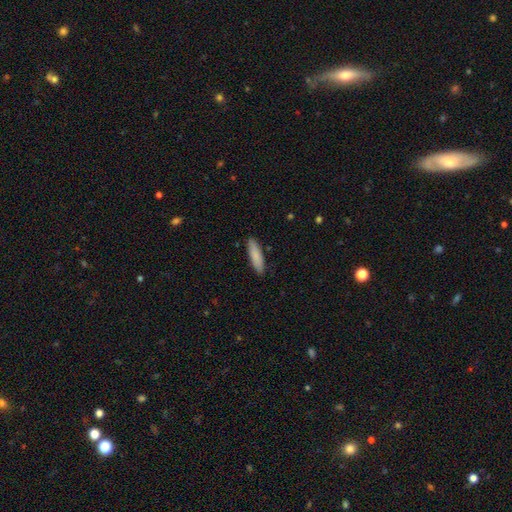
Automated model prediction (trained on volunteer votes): Overall: smooth (85%). How rounded: cigar-shaped (64%; in between 35%). Merging: none (89%).